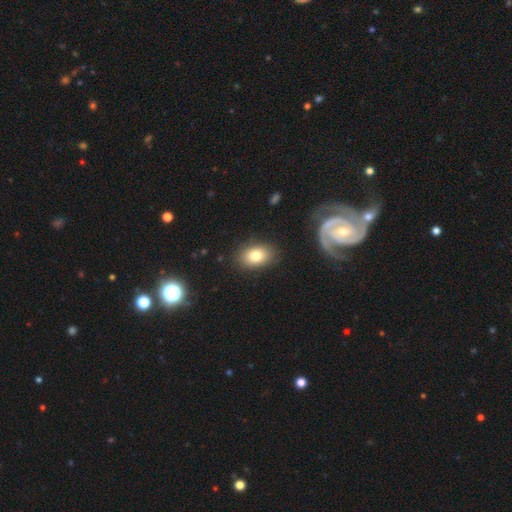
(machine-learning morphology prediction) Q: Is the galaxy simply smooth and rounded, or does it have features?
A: smooth — 80%.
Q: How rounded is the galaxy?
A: in between — 79%.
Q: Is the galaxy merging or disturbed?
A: none — 85%.